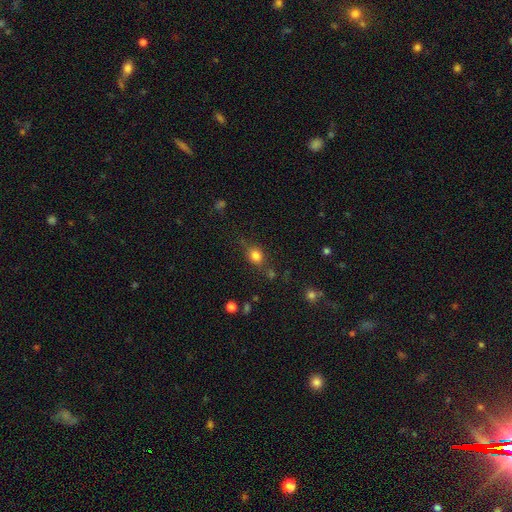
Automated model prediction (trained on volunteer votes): Smooth or featured? smooth (78%)
How rounded? round (60%)
Merging? none (68%)